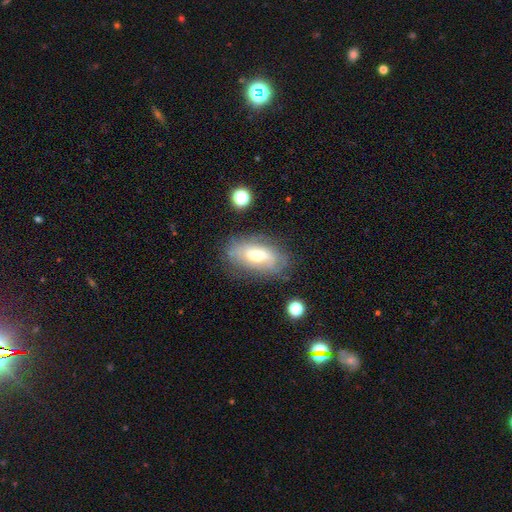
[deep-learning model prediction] Q: Smooth or featured?
A: featured or disk (56%); runner-up: smooth (35%)
Q: Edge-on disk?
A: no (86%); runner-up: yes (14%)
Q: Merging?
A: none (73%); runner-up: minor disturbance (18%)